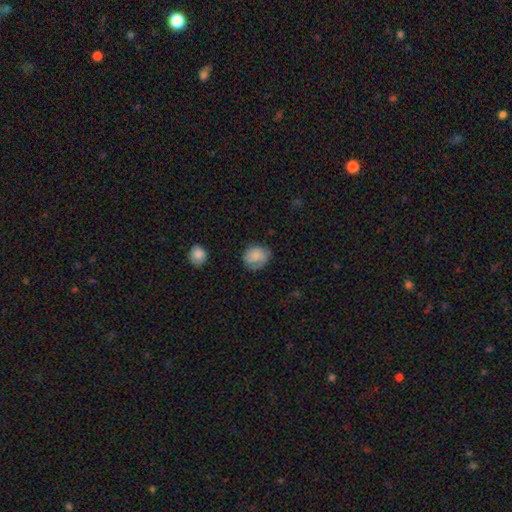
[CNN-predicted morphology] This is likely a smooth galaxy (73%). How rounded: possibly round (60%). Merging: likely none (64%).